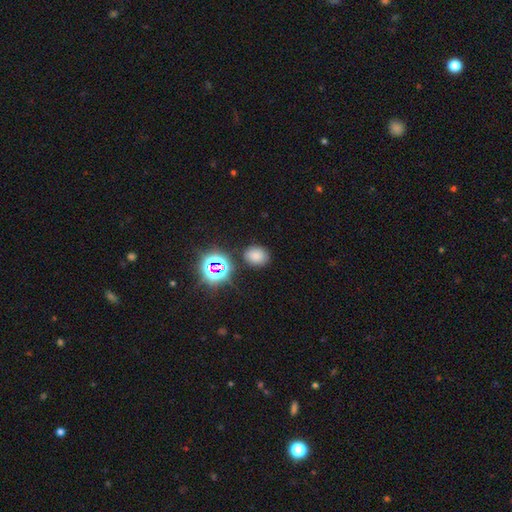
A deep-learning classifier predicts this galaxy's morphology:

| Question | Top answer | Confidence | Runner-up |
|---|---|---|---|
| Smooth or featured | smooth | 72% | star or artifact (22%) |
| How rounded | round | 55% | in between (44%) |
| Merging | none | 82% | minor disturbance (11%) |